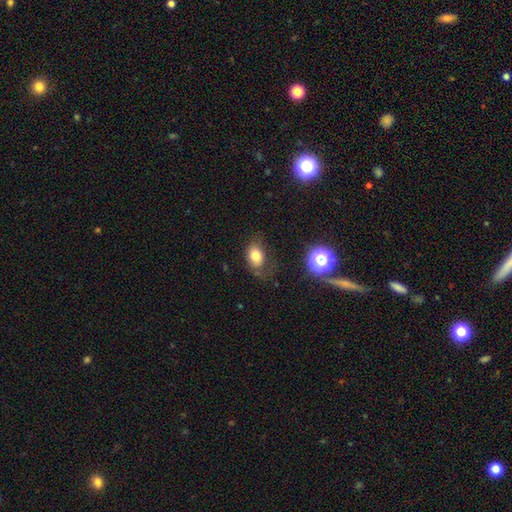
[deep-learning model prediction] This is likely a smooth galaxy (76%). How rounded: likely in between (76%). Merging: likely none (63%).